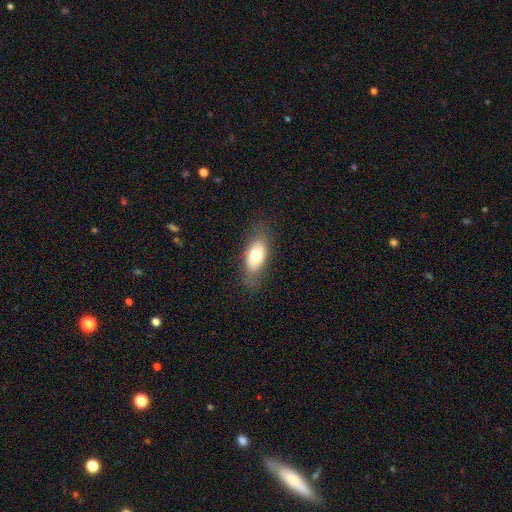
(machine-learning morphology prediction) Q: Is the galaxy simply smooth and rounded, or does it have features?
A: smooth — 70%.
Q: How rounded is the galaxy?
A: in between — 86%.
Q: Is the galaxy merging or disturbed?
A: none — 76%.